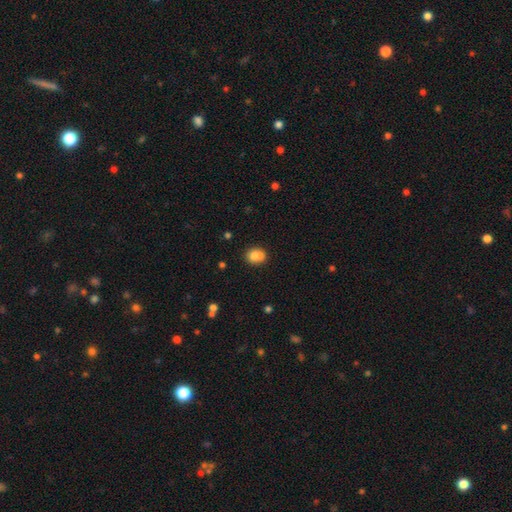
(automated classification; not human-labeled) smooth-or-featured: smooth: 73% | featured or disk: 17% | star or artifact: 10%
  how-rounded: round: 67% | in between: 32% | cigar-shaped: 1%
  merging: merger: 52% | none: 35% | minor disturbance: 9% | major disturbance: 3%